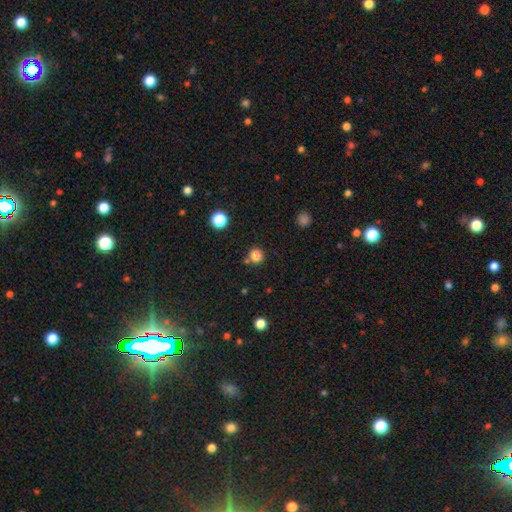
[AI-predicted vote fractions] The model was most divided on "merging": none: 77%, merger: 11%, minor disturbance: 9%, major disturbance: 3%. More confident: how rounded — round (93%); smooth or featured — smooth (83%).